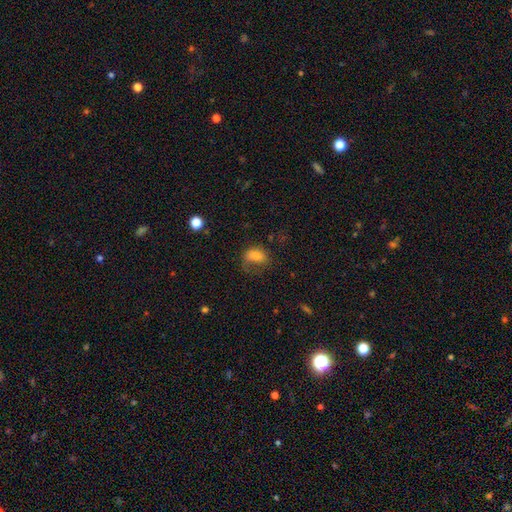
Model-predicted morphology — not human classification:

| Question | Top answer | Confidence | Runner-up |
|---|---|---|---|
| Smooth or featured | smooth | 69% | featured or disk (19%) |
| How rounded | in between | 82% | round (15%) |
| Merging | major disturbance | 37% | none (34%) |